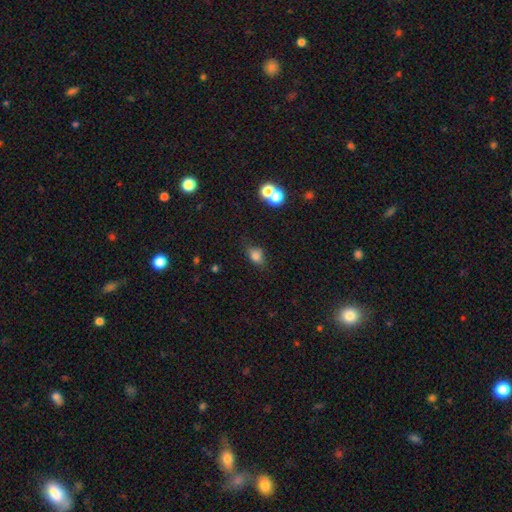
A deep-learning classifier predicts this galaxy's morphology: smooth-or-featured: smooth: 80% | star or artifact: 12% | featured or disk: 8%
  how-rounded: in between: 70% | round: 28% | cigar-shaped: 2%
  merging: none: 67% | minor disturbance: 21% | major disturbance: 6% | merger: 5%